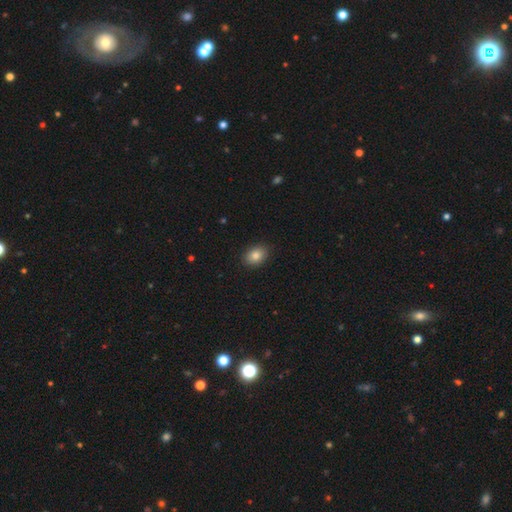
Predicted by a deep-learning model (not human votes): The model was most divided on "how rounded": in between: 76%, round: 23%, cigar-shaped: 1%. More confident: merging — none (89%); smooth or featured — smooth (85%).